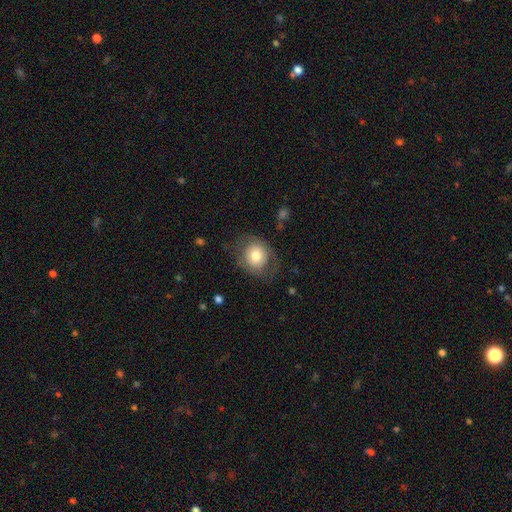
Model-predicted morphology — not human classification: This is likely a smooth galaxy (69%). How rounded: likely round (71%). Merging: likely none (68%).